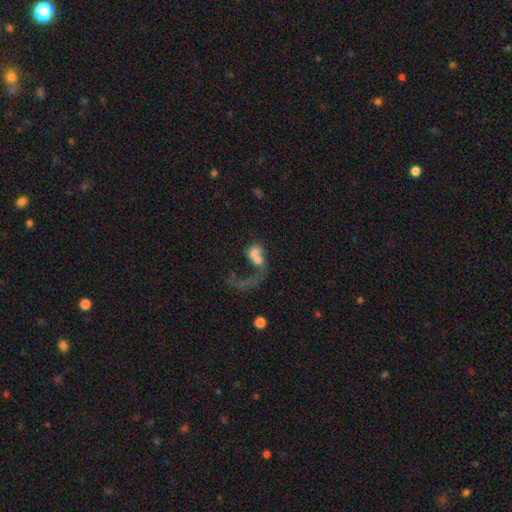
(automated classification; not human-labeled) Smooth or featured? Predicted: smooth (p=0.50). How rounded? Predicted: in between (p=0.60). Merging? Predicted: merger (p=0.54).